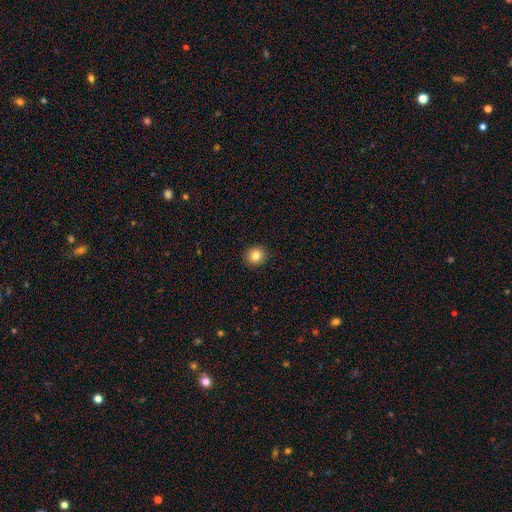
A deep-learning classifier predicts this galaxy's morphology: This is clearly a smooth galaxy (83%). How rounded: clearly round (86%). Merging: clearly none (92%).